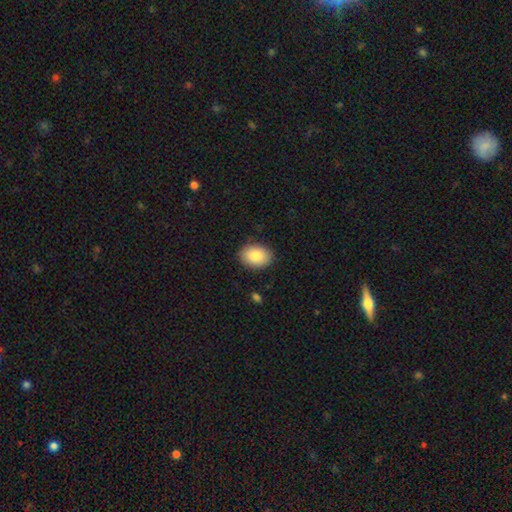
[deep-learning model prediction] Smooth or featured? Predicted: smooth (p=0.88). How rounded? Predicted: in between (p=0.75). Merging? Predicted: none (p=0.87).